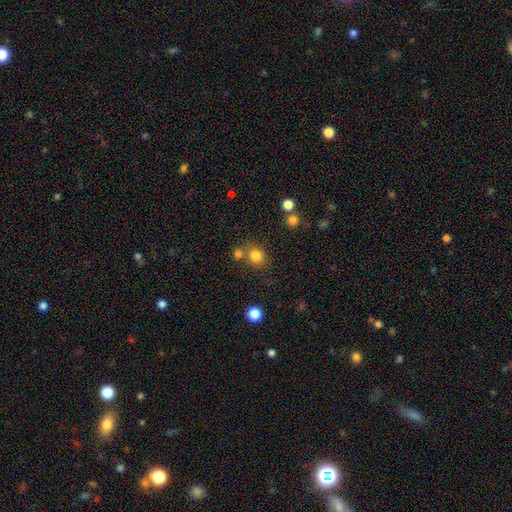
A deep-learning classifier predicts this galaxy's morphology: The model was most divided on "merging": none: 67%, merger: 19%, minor disturbance: 10%, major disturbance: 4%. More confident: how rounded — round (81%); smooth or featured — smooth (81%).